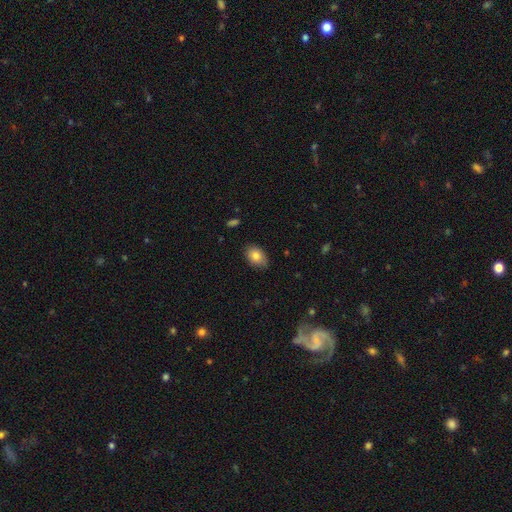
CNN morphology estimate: This is clearly a smooth galaxy (83%). How rounded: clearly in between (83%). Merging: clearly none (81%).